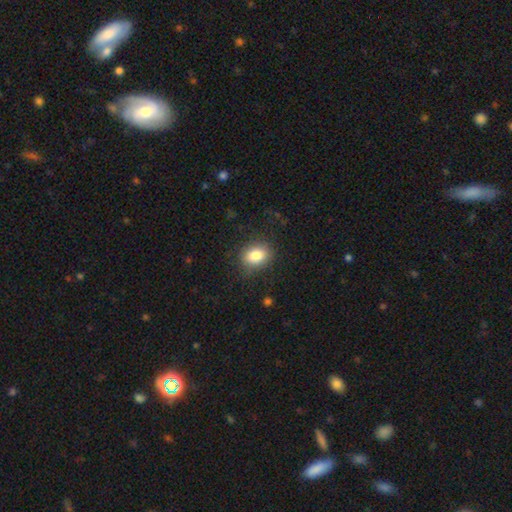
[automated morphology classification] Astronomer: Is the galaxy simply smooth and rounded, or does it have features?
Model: smooth — 84%.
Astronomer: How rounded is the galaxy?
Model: in between — 58% (runner-up: round, 41%).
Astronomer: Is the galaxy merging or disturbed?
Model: none — 82%.